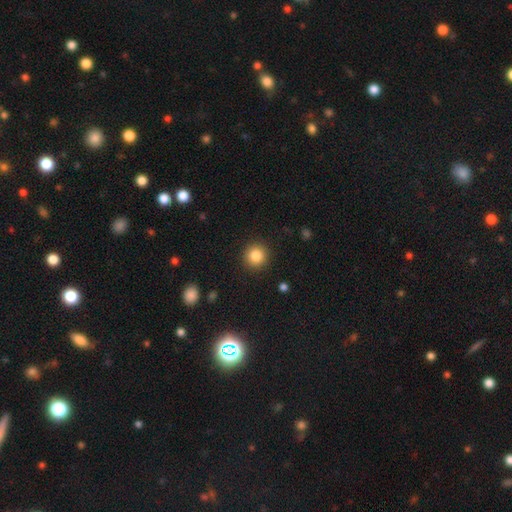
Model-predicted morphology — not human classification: Overall: smooth (85%). How rounded: round (94%). Merging: none (91%).